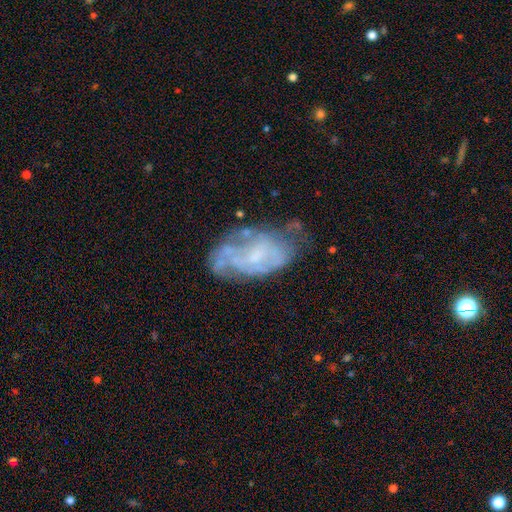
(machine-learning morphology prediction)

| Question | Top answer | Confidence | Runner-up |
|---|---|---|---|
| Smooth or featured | featured or disk | 69% | smooth (22%) |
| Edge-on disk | no | 96% | yes (4%) |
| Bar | no | 59% | weak (34%) |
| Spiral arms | yes | 63% | no (37%) |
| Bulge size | small | 49% | none (25%) |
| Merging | none | 49% | minor disturbance (28%) |